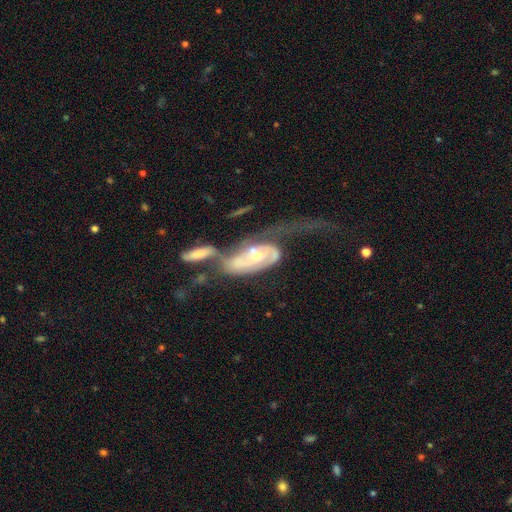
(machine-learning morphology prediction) This is likely a featured or disk galaxy (80%). It is clearly not viewed edge-on (93%). Bar: likely no (62%). Spiral arm pattern: clearly yes (88%). Spiral arm count: possibly 2 (58%). Spiral winding: marginally tight (36%). Central bulge: possibly moderate (56%). Merging: possibly merger (52%).